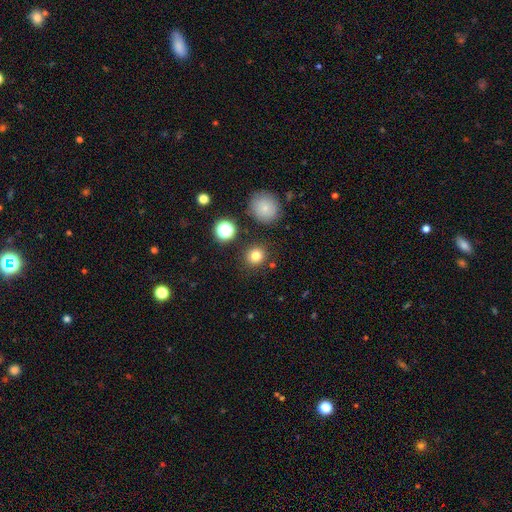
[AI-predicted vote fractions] Morphology: type=smooth (79%); roundness=round (88%); merging=none (86%).